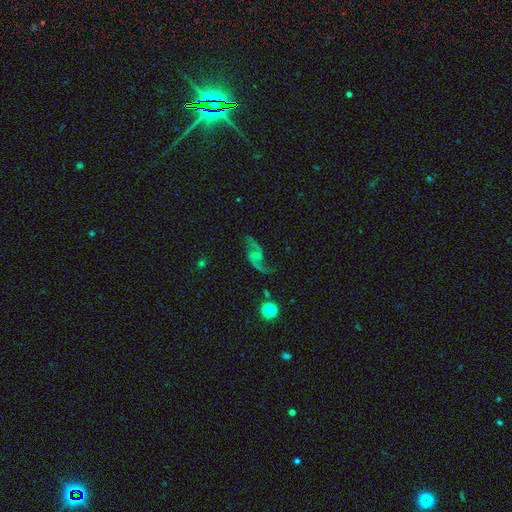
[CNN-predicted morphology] smooth-or-featured: featured or disk: 82% | star or artifact: 10% | smooth: 8%
  disk-edge-on: no: 96% | yes: 4%
    bar: no: 56% | weak: 35% | strong: 9%
    has-spiral-arms: yes: 95% | no: 5%
      spiral-winding: loose: 67% | medium: 26% | tight: 6%
      spiral-arm-count: 2: 91% | can't tell: 3% | 1: 3% | 3: 1% | 4: 1% | more than 4: 1%
    bulge-size: small: 61% | moderate: 26% | none: 10% | large: 2% | dominant: 1%
  merging: none: 69% | minor disturbance: 16% | major disturbance: 12% | merger: 3%